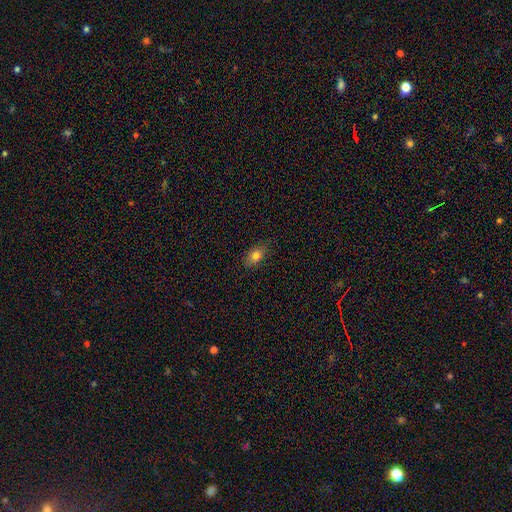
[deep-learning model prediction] Overall: smooth (78%). How rounded: in between (84%). Merging: none (82%).